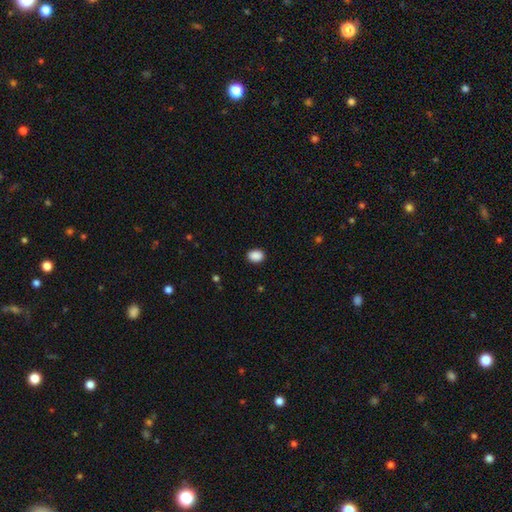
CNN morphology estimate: smooth-or-featured: smooth: 89% | star or artifact: 8% | featured or disk: 2%
  how-rounded: in between: 64% | round: 35% | cigar-shaped: 1%
  merging: none: 89% | minor disturbance: 8% | major disturbance: 2% | merger: 1%